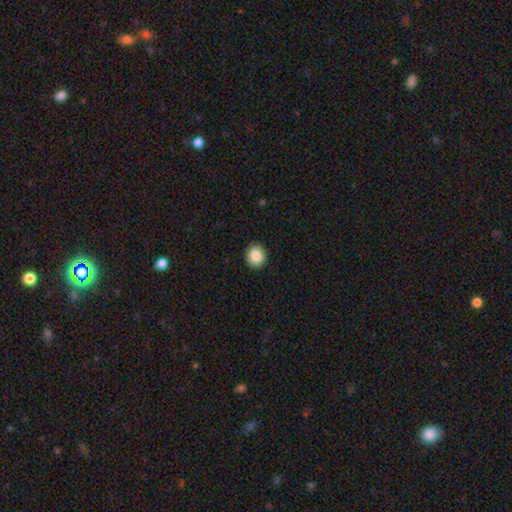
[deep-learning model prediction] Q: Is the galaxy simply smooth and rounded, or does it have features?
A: smooth — 88%.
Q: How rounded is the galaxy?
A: round — 78%.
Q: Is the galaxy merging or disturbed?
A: none — 92%.